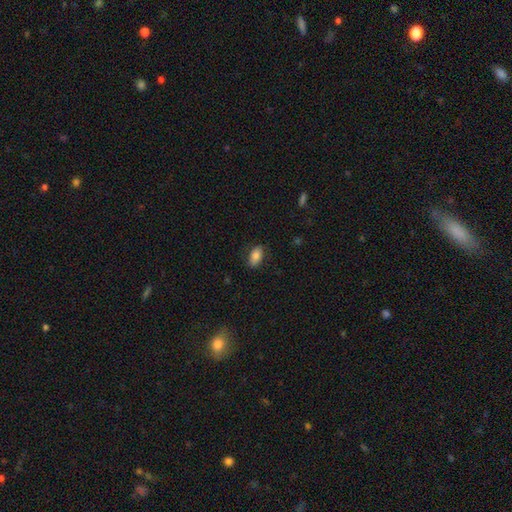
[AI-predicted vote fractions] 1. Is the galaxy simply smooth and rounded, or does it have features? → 82% smooth, 11% featured or disk, 7% star or artifact.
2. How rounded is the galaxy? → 91% in between, 4% round, 4% cigar-shaped.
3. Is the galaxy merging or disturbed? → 80% none, 15% minor disturbance, 4% major disturbance, 1% merger.